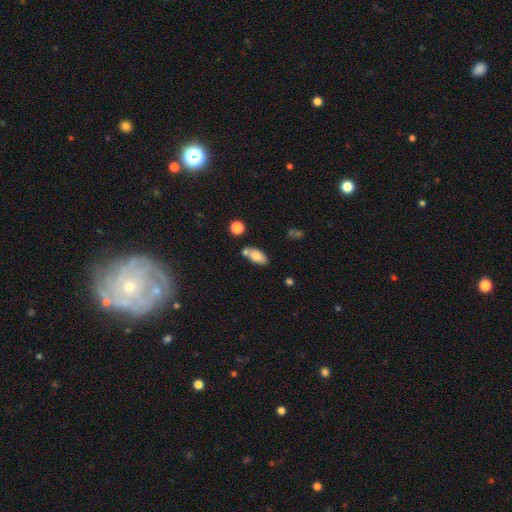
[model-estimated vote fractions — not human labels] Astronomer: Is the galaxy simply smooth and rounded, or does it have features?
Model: smooth — 81%.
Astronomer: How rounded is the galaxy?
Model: in between — 89%.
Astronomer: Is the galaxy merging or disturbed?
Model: none — 56%.